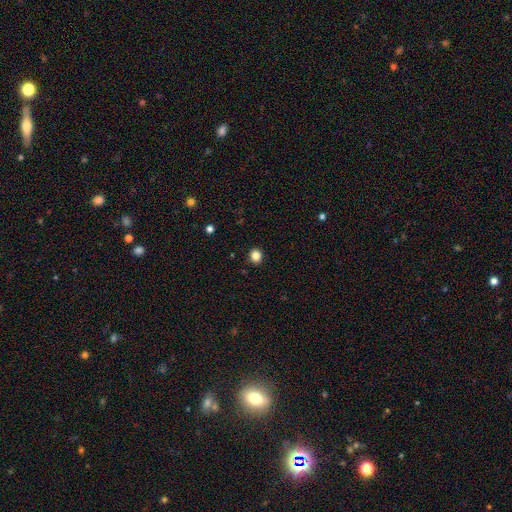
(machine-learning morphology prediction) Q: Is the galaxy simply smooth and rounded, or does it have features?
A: smooth — 84%.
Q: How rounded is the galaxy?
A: round — 77%.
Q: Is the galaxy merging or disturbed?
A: none — 91%.